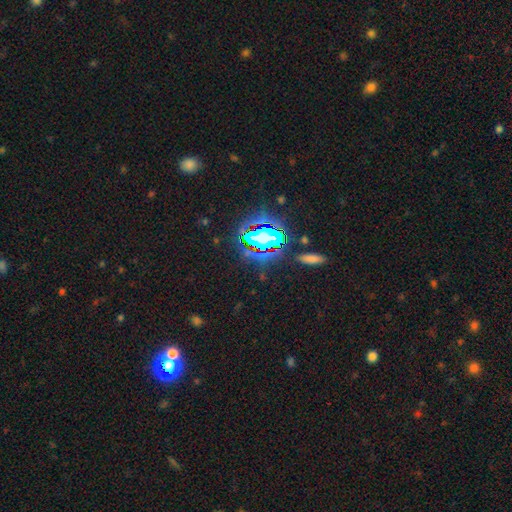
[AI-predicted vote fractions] star or artifact 83%, smooth 10%, featured or disk 7%.